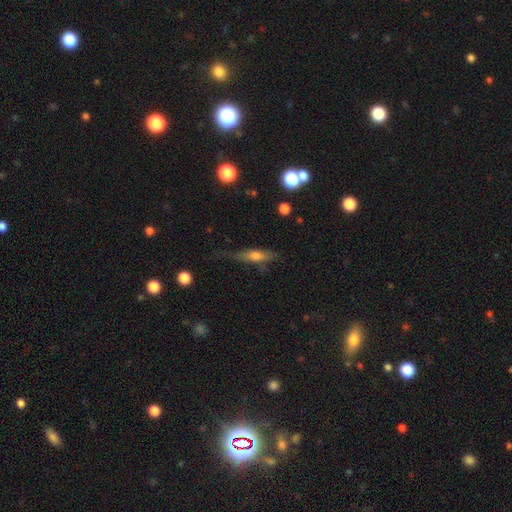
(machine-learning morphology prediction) Overall: smooth (47%; featured or disk 45%). Merging: none (61%; minor disturbance 26%).